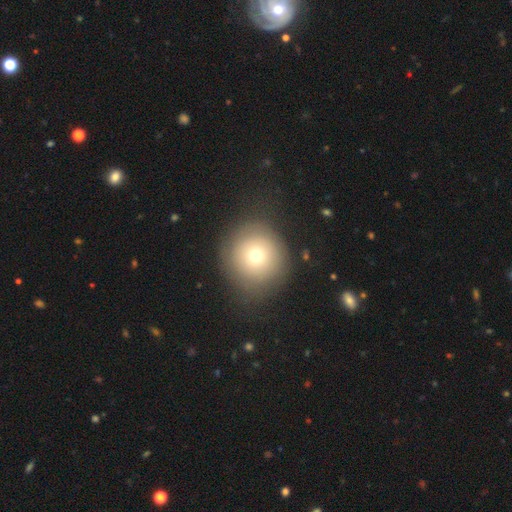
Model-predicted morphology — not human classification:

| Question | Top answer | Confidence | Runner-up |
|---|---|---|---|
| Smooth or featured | smooth | 69% | featured or disk (19%) |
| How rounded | round | 90% | in between (9%) |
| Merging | none | 75% | minor disturbance (15%) |